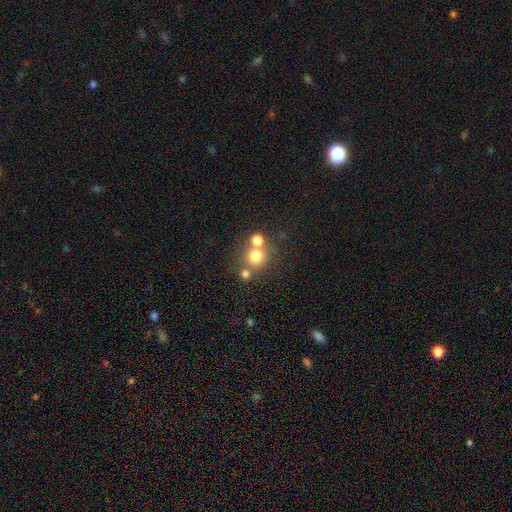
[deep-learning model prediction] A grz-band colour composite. It shows a smooth galaxy with no disk features (74%) that is round (88%). Merging: none (56%).